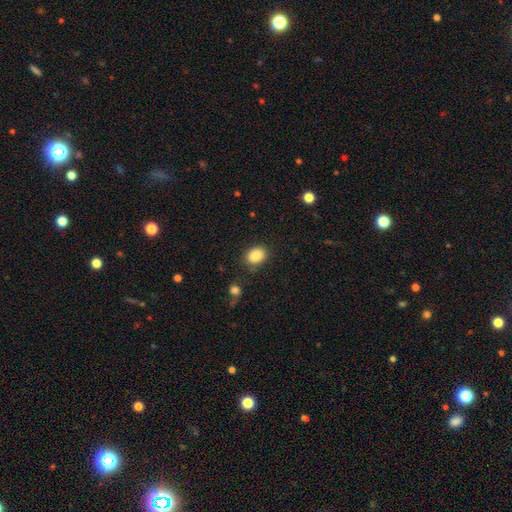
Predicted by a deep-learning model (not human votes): The model was most divided on "how rounded": in between: 59%, round: 40%, cigar-shaped: 1%. More confident: smooth or featured — smooth (88%); merging — none (81%).